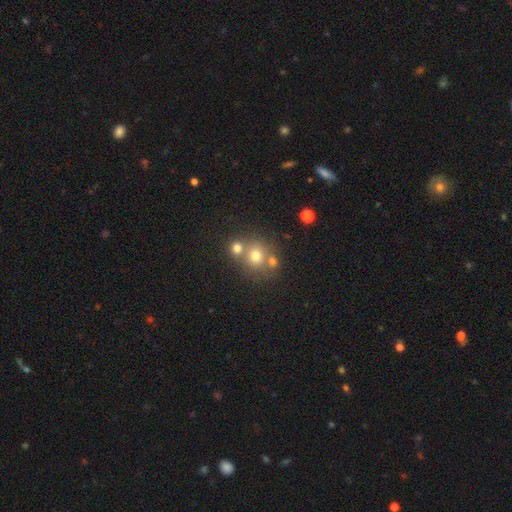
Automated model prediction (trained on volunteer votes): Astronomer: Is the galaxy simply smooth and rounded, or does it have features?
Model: smooth — 70%.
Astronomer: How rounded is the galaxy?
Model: round — 83%.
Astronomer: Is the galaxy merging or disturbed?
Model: none — 51% (runner-up: merger, 37%).